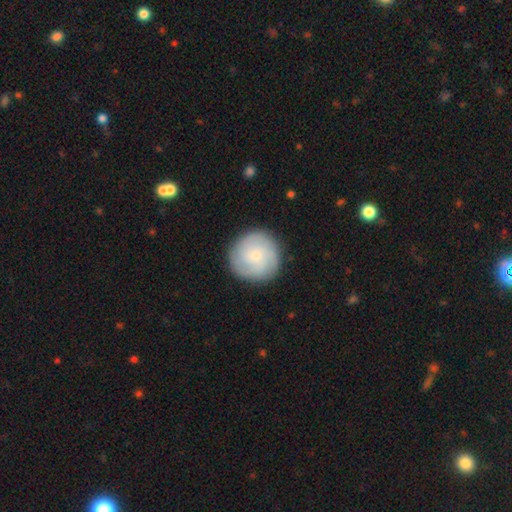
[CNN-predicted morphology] Smooth or featured? smooth (51%)
How rounded? round (94%)
Merging? none (87%)